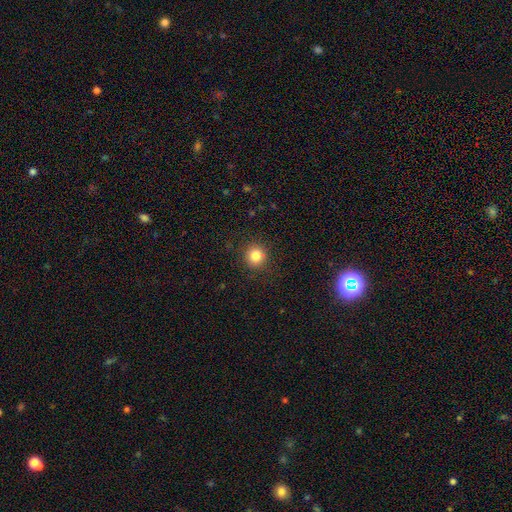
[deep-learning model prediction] Smooth or featured: smooth — 84% (star or artifact — 11%)
How rounded: round — 91% (in between — 8%)
Merging: none — 90% (minor disturbance — 7%)